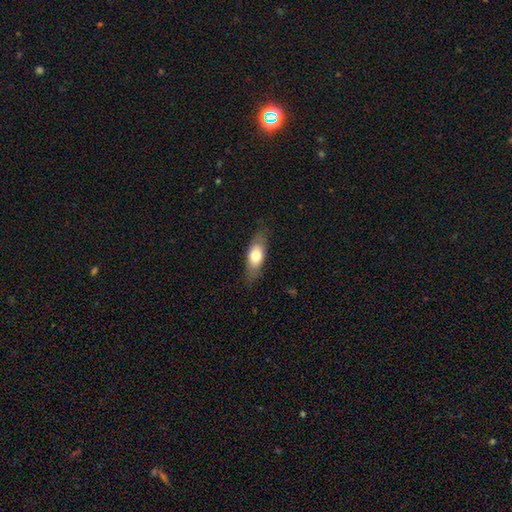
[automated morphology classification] Smooth or featured? smooth (68%)
How rounded? in between (74%)
Merging? none (79%)